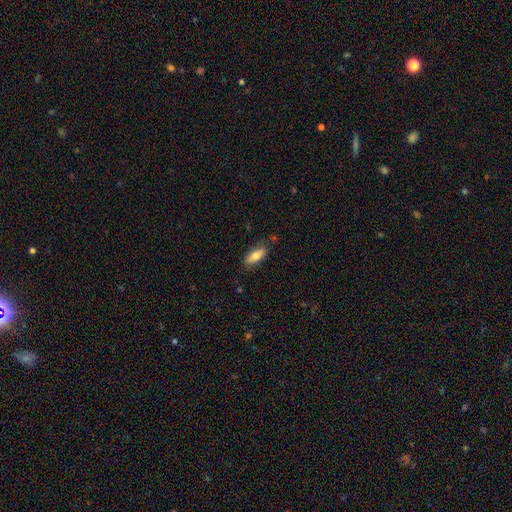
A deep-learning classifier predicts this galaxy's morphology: Smooth or featured? Predicted: smooth (p=0.72). How rounded? Predicted: in between (p=0.73). Merging? Predicted: none (p=0.78).